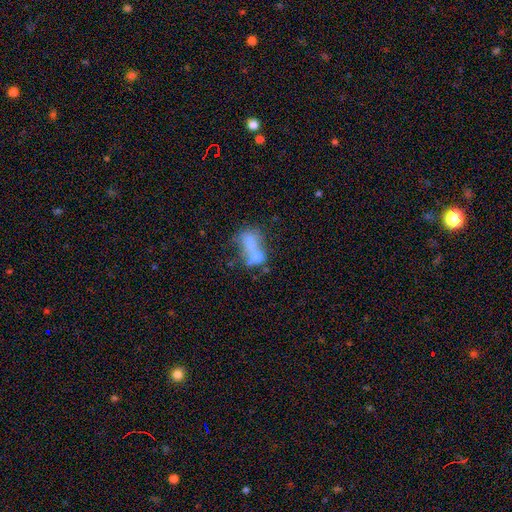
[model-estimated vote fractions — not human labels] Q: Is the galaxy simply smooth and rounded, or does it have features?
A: smooth — 55%.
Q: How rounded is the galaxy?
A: in between — 74%.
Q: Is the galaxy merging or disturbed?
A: merger — 61%.